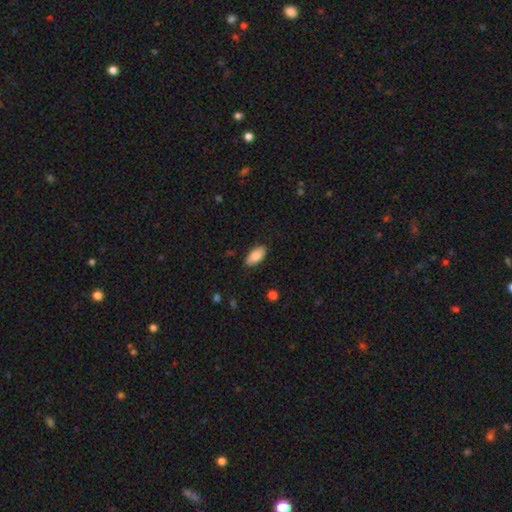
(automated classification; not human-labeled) The model was most divided on "merging": none: 85%, minor disturbance: 12%, major disturbance: 2%, merger: 1%. More confident: how rounded — in between (93%); smooth or featured — smooth (85%).